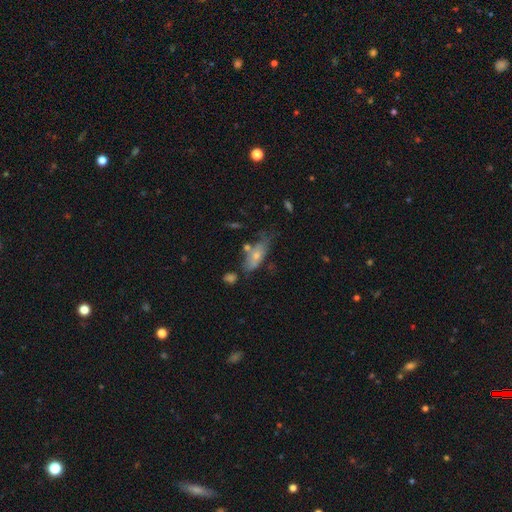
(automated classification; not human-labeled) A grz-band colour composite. It shows a smooth galaxy with no disk features (61%) that is in between round and cigar-shaped (70%). Merging: none (42%).